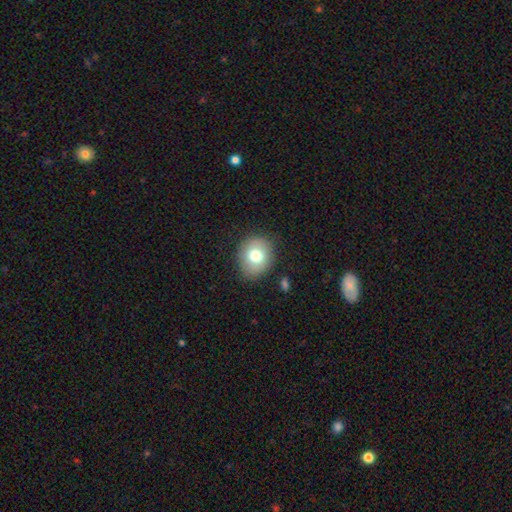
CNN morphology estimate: type=smooth (75%); roundness=round (69%); merging=none (84%).